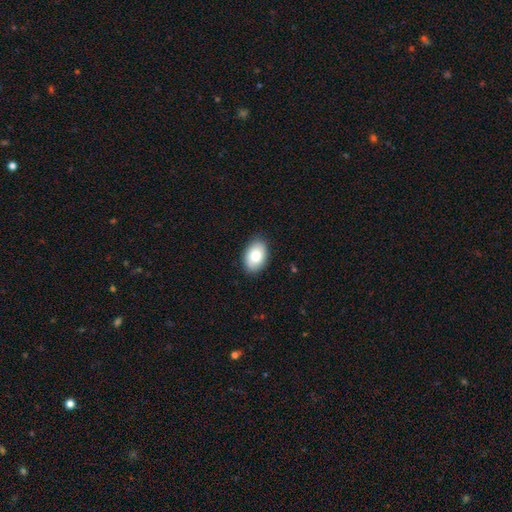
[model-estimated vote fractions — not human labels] The model was most divided on "smooth or featured": smooth: 79%, featured or disk: 14%, star or artifact: 7%. More confident: how rounded — in between (89%); merging — none (88%).